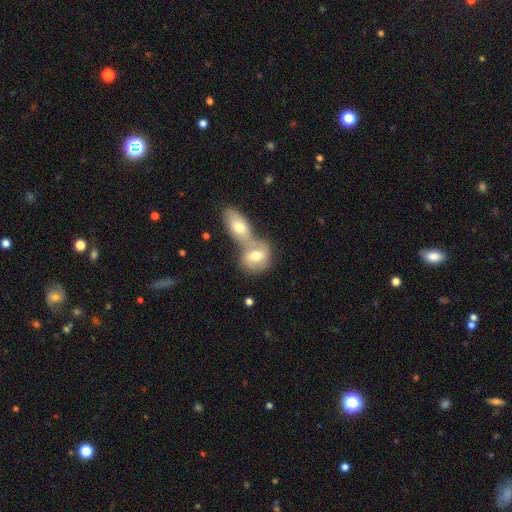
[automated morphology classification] Q: Smooth or featured?
A: smooth (66%); runner-up: featured or disk (27%)
Q: How rounded?
A: in between (62%); runner-up: round (34%)
Q: Merging?
A: merger (66%); runner-up: none (24%)